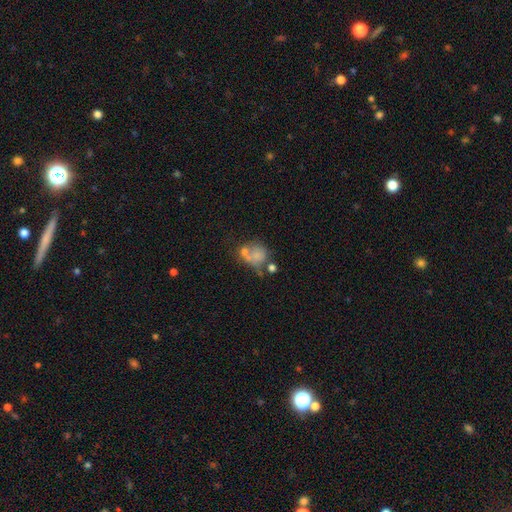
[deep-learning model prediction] The model was most divided on "merging": merger: 42%, none: 28%, major disturbance: 15%, minor disturbance: 15%. More confident: smooth or featured — smooth (62%); how rounded — round (62%).